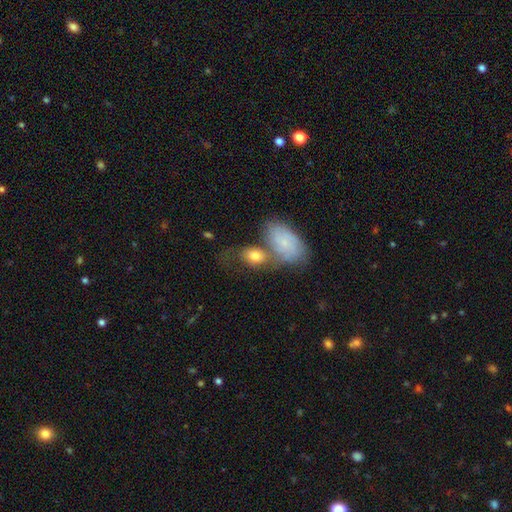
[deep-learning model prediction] A smooth galaxy with no disk features (52%) that is in between round and cigar-shaped (76%). Merging: merger (37%).